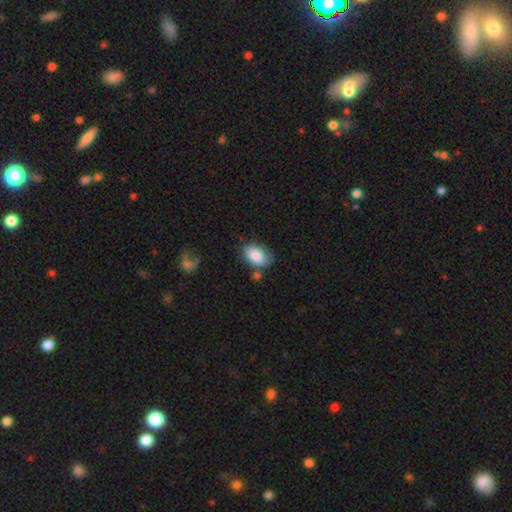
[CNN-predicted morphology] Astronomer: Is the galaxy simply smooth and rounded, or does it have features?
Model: smooth — 86%.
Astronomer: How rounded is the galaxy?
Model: in between — 87%.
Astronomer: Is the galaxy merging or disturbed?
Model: none — 66%.